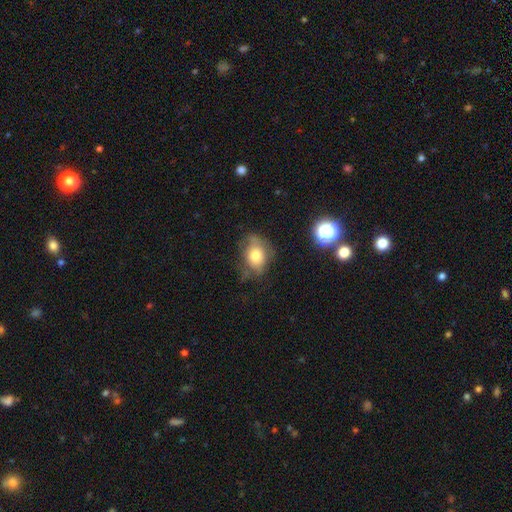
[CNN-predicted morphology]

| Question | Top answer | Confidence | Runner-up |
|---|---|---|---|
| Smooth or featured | smooth | 68% | featured or disk (21%) |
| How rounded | in between | 62% | round (36%) |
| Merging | none | 53% | minor disturbance (30%) |